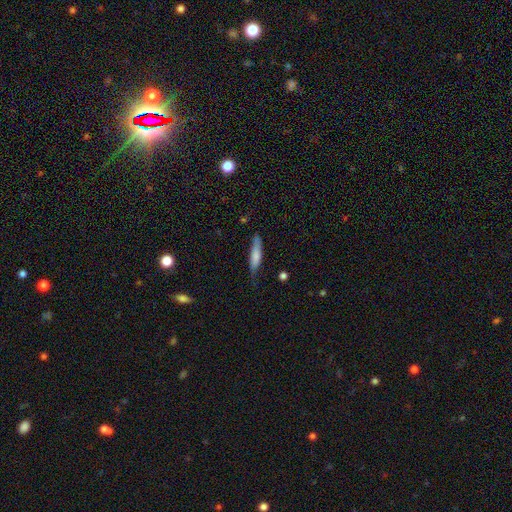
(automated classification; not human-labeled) This appears to be a smooth galaxy with no disk features (74%) that is cigar-shaped (80%). Merging: none (67%).